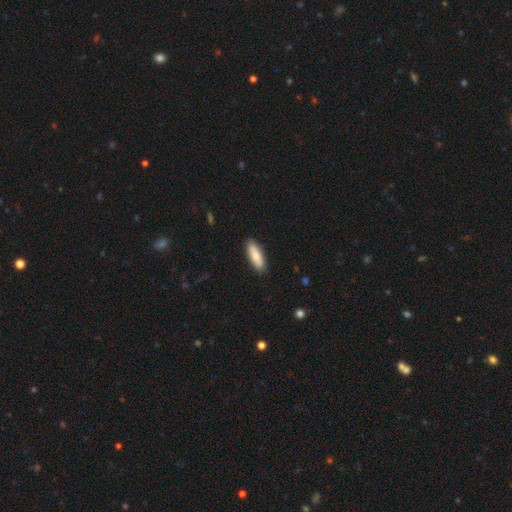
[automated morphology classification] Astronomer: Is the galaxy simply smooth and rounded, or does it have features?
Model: smooth — 85%.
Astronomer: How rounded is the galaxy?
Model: in between — 54% (runner-up: cigar-shaped, 44%).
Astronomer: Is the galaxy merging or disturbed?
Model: none — 89%.